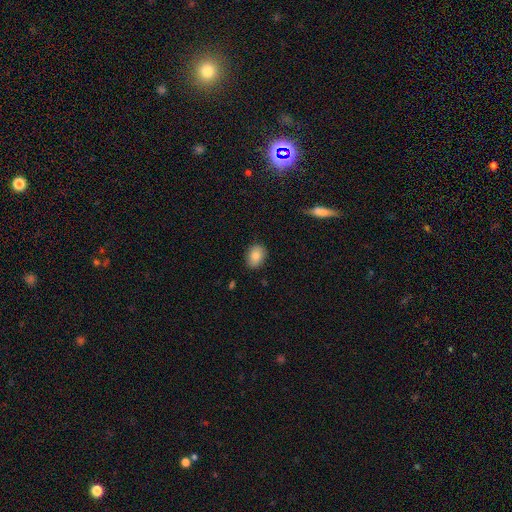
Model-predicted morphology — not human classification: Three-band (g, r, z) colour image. It shows a smooth galaxy with no disk features (85%) that is in between round and cigar-shaped (68%). Merging: none (85%).